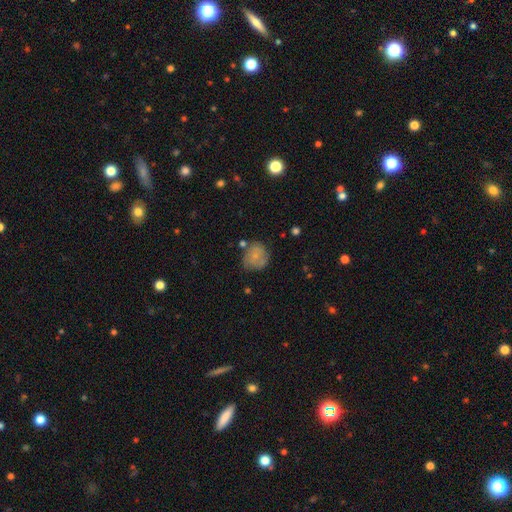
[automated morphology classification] Smooth or featured: smooth — 61% (featured or disk — 30%)
How rounded: round — 80% (in between — 19%)
Merging: none — 62% (minor disturbance — 23%)